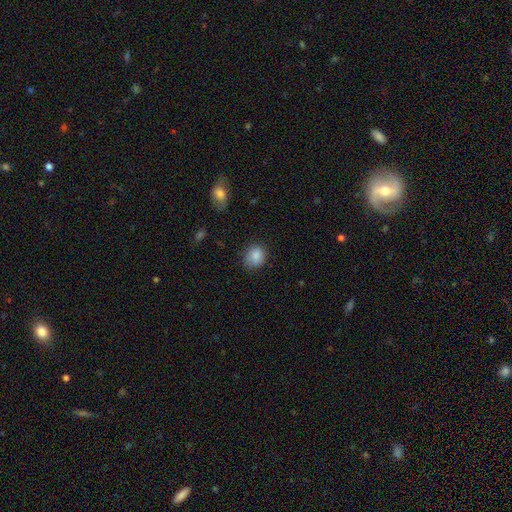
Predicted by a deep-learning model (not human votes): Smooth or featured? smooth (86%)
How rounded? round (76%)
Merging? none (79%)